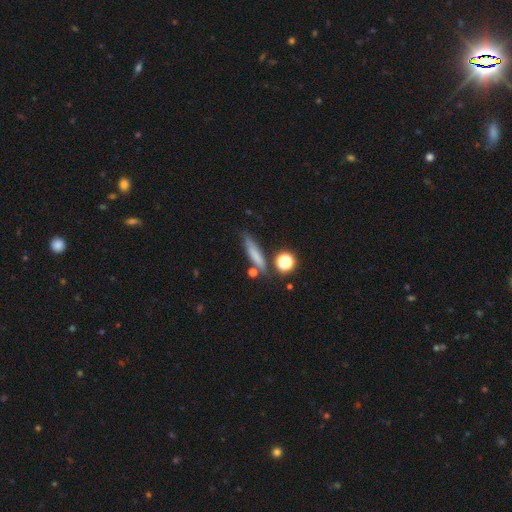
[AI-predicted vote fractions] smooth_or_featured: smooth (p=0.71) [alt: featured or disk p=0.18]
how_rounded: cigar-shaped (p=0.76) [alt: in between p=0.18]
merging: none (p=0.69) [alt: minor disturbance p=0.18]